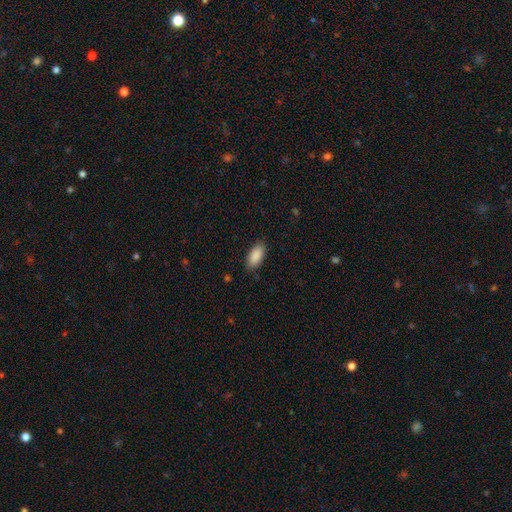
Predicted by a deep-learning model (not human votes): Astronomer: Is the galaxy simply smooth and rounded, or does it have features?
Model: smooth — 90%.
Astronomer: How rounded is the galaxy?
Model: in between — 92%.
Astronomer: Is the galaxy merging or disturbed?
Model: none — 86%.